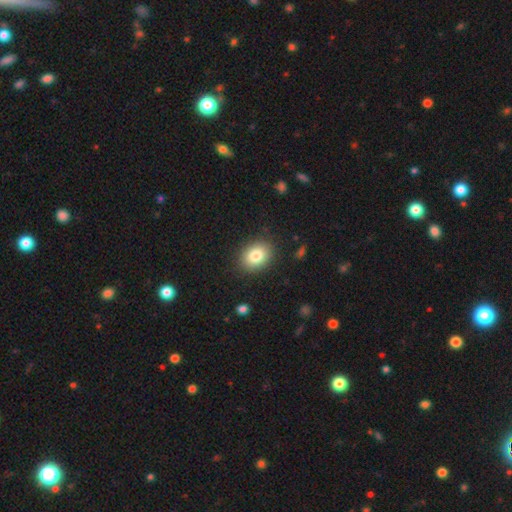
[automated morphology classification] This appears to be a smooth galaxy with no disk features (83%) that is in between round and cigar-shaped (63%). Merging: none (87%).